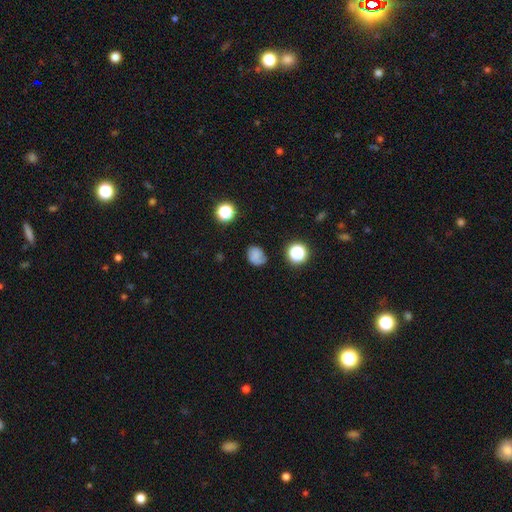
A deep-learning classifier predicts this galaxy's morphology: Smooth or featured? smooth (69%)
How rounded? round (54%)
Merging? none (64%)